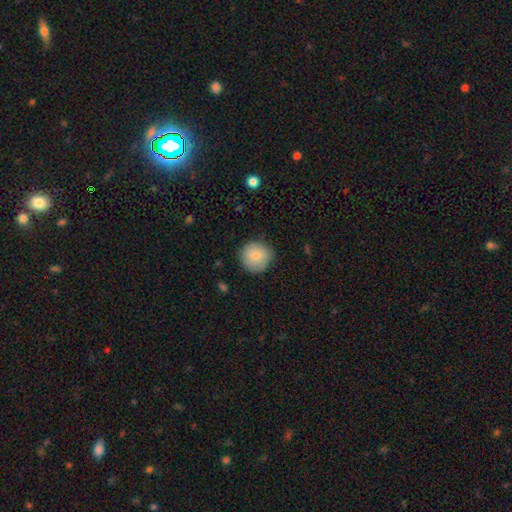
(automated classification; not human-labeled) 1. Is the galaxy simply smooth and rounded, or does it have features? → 84% smooth, 9% featured or disk, 7% star or artifact.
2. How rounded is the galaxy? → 92% round, 7% in between, 1% cigar-shaped.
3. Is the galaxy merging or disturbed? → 79% none, 16% minor disturbance, 3% major disturbance, 1% merger.